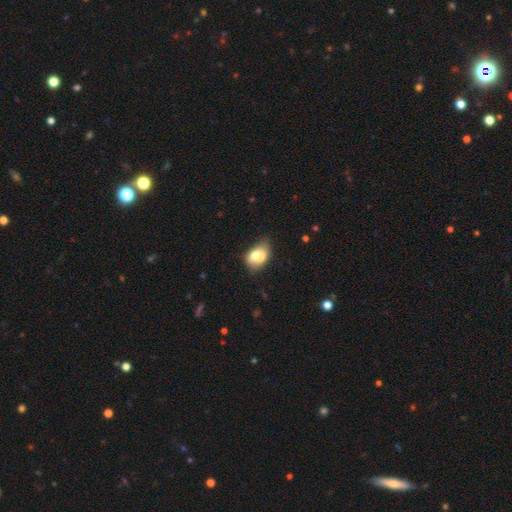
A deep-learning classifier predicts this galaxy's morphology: smooth 67%, featured or disk 24%, star or artifact 9%. Down the decision tree: how rounded — in between (76%); merging — none (38%).